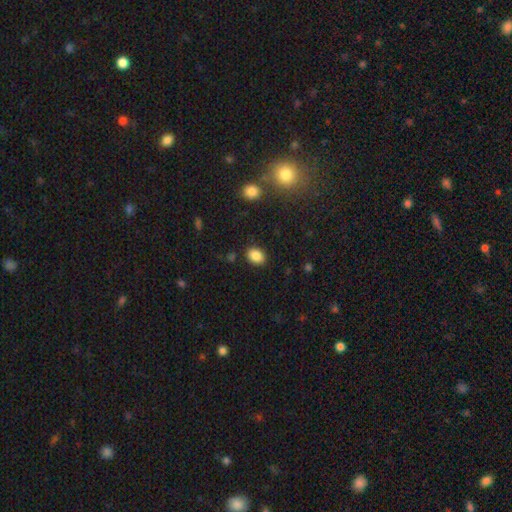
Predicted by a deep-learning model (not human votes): smooth-or-featured: smooth: 87% | star or artifact: 9% | featured or disk: 4%
  how-rounded: in between: 70% | round: 29% | cigar-shaped: 1%
  merging: none: 86% | minor disturbance: 10% | major disturbance: 3% | merger: 2%